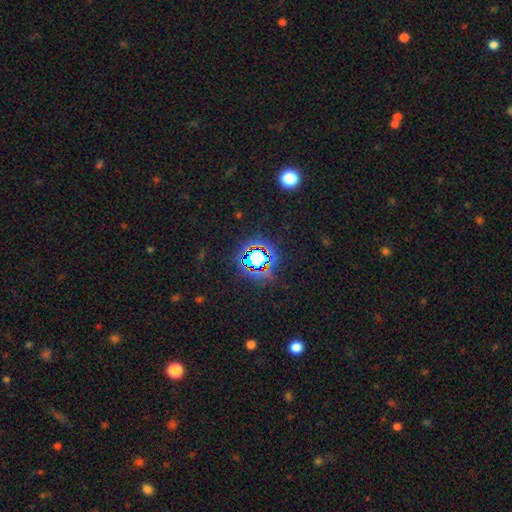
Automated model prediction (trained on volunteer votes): This appears to be a star or artifact, not a galaxy (69%).